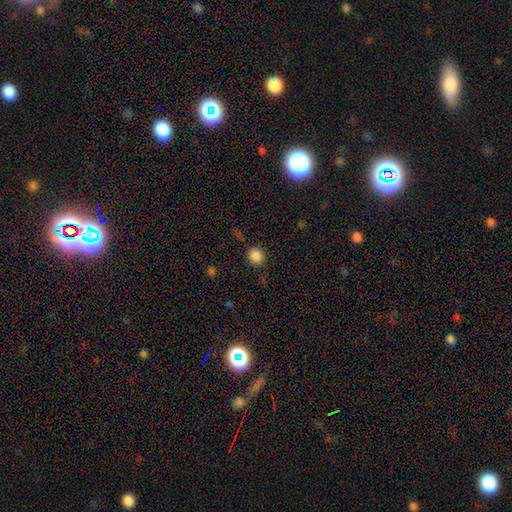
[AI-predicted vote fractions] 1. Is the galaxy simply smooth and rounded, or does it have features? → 85% smooth, 12% star or artifact, 3% featured or disk.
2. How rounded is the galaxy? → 83% round, 16% in between, 1% cigar-shaped.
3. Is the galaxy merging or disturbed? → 84% none, 11% minor disturbance, 3% major disturbance, 2% merger.